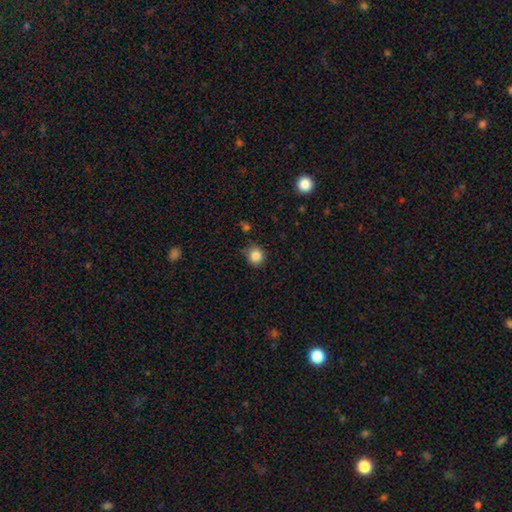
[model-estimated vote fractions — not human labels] smooth-or-featured: smooth: 85% | star or artifact: 10% | featured or disk: 5%
  how-rounded: round: 88% | in between: 11% | cigar-shaped: 1%
  merging: none: 82% | minor disturbance: 13% | major disturbance: 3% | merger: 2%